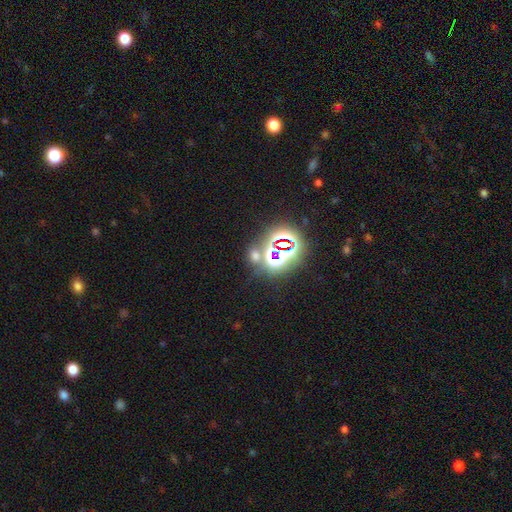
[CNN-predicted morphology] Smooth or featured? star or artifact (58%)